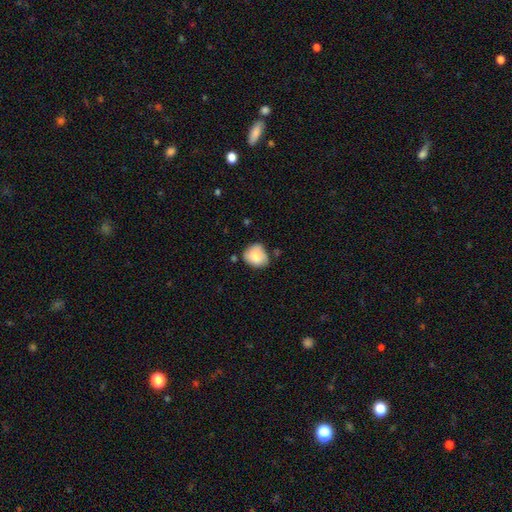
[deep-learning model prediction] Smooth or featured? smooth (82%)
How rounded? round (69%)
Merging? none (65%)